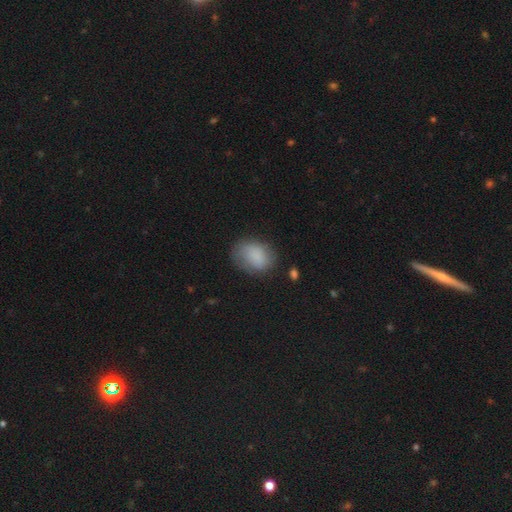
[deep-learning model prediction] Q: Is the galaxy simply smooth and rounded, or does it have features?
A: smooth — 80%.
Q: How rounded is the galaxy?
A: in between — 60%.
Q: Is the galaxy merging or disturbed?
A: none — 62%.